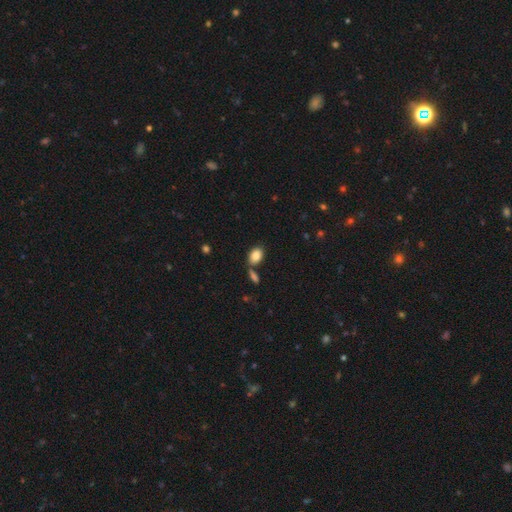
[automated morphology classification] smooth-or-featured: smooth: 86% | star or artifact: 8% | featured or disk: 6%
  how-rounded: in between: 84% | round: 15% | cigar-shaped: 1%
  merging: none: 66% | merger: 17% | minor disturbance: 13% | major disturbance: 4%